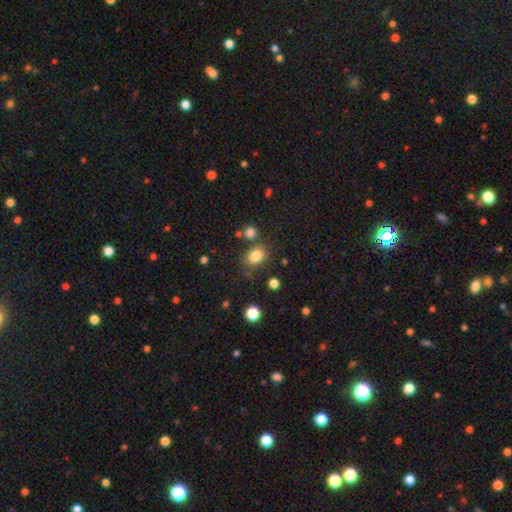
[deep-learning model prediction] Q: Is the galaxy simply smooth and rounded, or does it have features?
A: smooth — 82%.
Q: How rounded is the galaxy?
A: round — 50%.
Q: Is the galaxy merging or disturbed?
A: none — 73%.